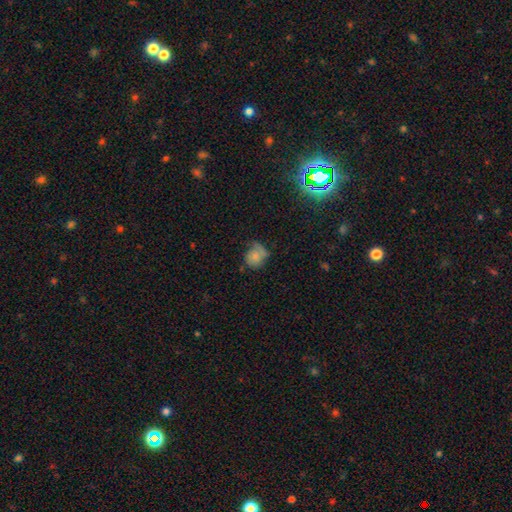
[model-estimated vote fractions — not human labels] Morphology: type=smooth (63%); roundness=round (60%); merging=none (45%).